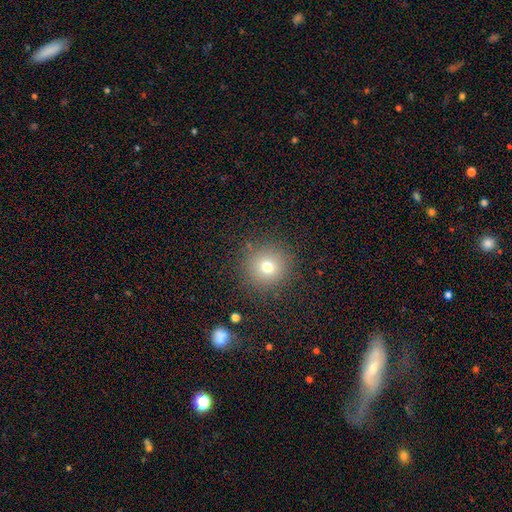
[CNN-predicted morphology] Smooth or featured: smooth — 64% (star or artifact — 24%)
How rounded: round — 94% (in between — 5%)
Merging: none — 90% (minor disturbance — 6%)